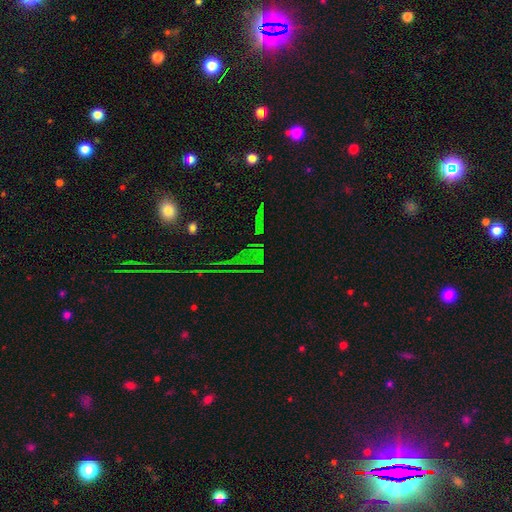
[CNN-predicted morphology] This is likely a star or artifact rather than a galaxy (69%).